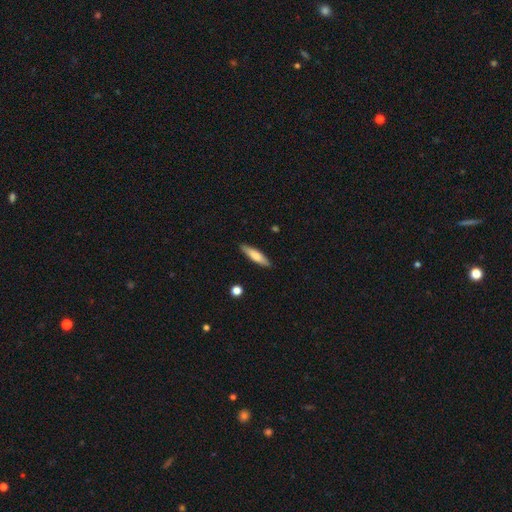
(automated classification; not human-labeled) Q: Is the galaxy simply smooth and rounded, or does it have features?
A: smooth — 71%.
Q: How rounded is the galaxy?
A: cigar-shaped — 77%.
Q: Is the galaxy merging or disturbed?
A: none — 88%.